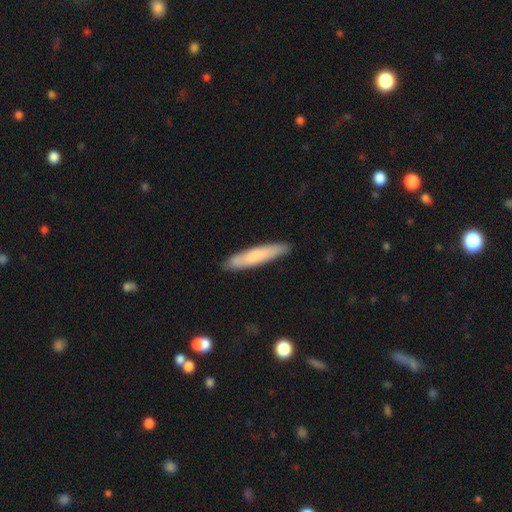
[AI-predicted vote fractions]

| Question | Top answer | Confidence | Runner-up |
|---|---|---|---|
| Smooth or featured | smooth | 72% | featured or disk (23%) |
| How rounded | cigar-shaped | 88% | in between (11%) |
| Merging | none | 87% | minor disturbance (10%) |